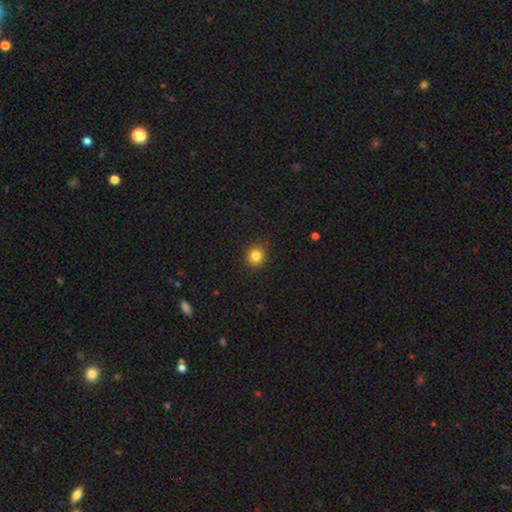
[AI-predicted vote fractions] Morphology: type=smooth (83%); roundness=round (89%); merging=none (90%).